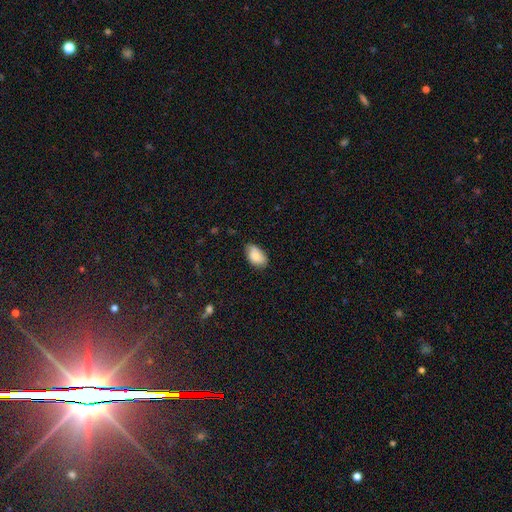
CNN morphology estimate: The model was most divided on "merging": none: 69%, minor disturbance: 25%, major disturbance: 4%, merger: 1%. More confident: how rounded — in between (93%); smooth or featured — smooth (85%).